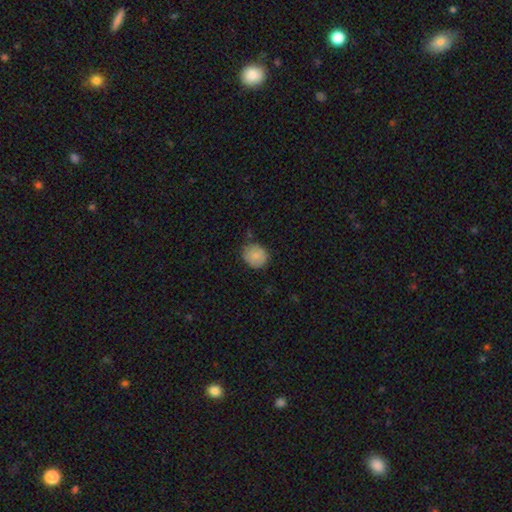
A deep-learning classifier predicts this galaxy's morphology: The model was most divided on "how rounded": round: 75%, in between: 24%, cigar-shaped: 1%. More confident: smooth or featured — smooth (83%); merging — none (72%).